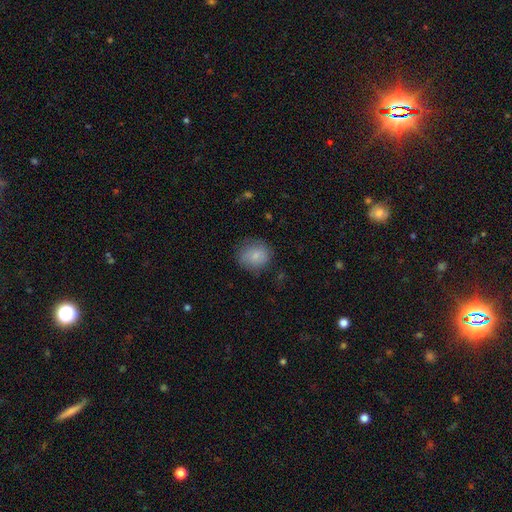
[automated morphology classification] Q: Smooth or featured?
A: smooth (80%); runner-up: featured or disk (12%)
Q: How rounded?
A: round (80%); runner-up: in between (19%)
Q: Merging?
A: none (73%); runner-up: minor disturbance (19%)